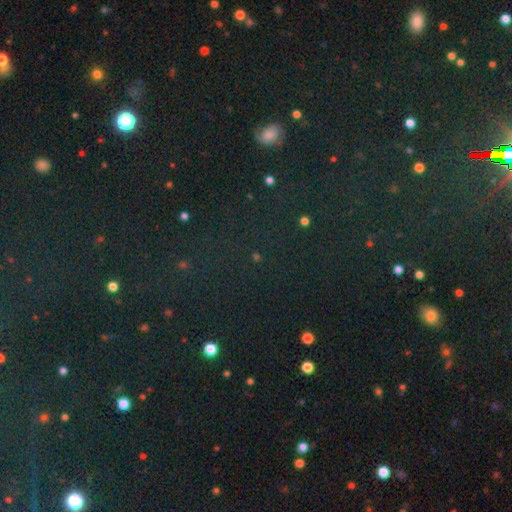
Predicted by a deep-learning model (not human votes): Smooth or featured: star or artifact — 74% (smooth — 19%)